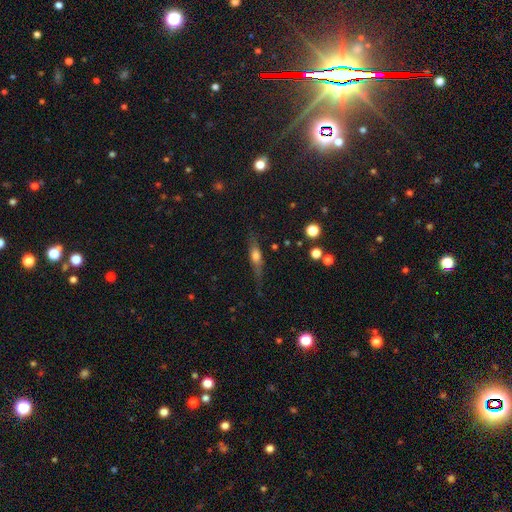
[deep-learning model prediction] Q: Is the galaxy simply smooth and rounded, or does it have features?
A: smooth — 48%.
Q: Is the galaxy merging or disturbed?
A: none — 69%.